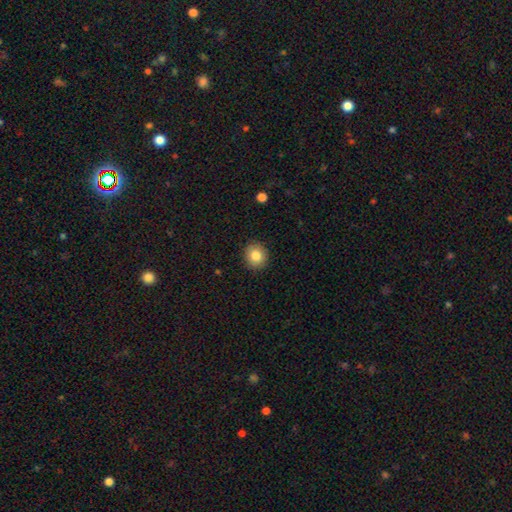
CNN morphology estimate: smooth 83%, star or artifact 9%, featured or disk 8%. Down the decision tree: how rounded — round (82%); merging — none (90%).